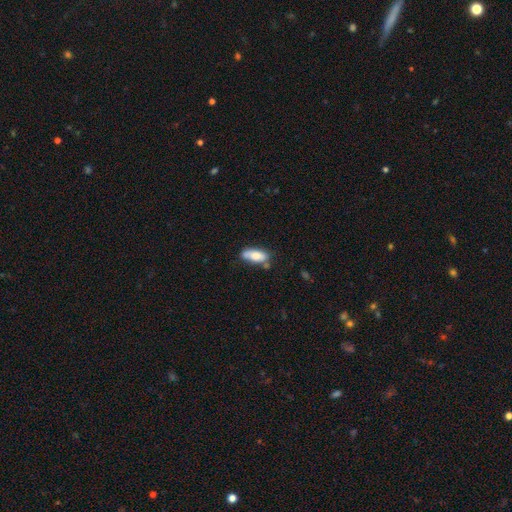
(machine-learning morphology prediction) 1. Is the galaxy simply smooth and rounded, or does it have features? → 79% smooth, 14% featured or disk, 7% star or artifact.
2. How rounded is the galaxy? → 77% in between, 20% cigar-shaped, 2% round.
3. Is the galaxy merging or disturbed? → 61% none, 23% minor disturbance, 10% merger, 5% major disturbance.